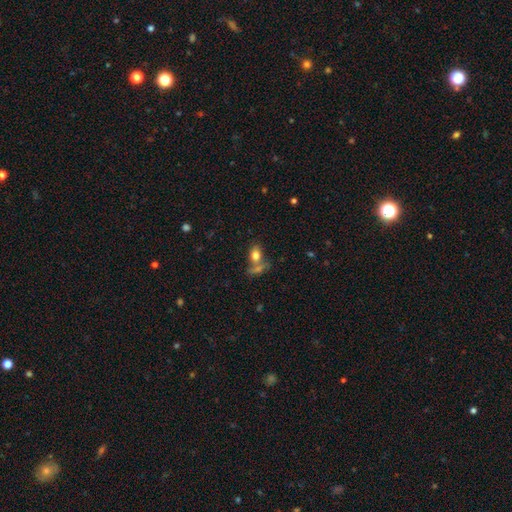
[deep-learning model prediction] smooth 78%, featured or disk 12%, star or artifact 10%. Down the decision tree: how rounded — in between (77%); merging — none (46%).